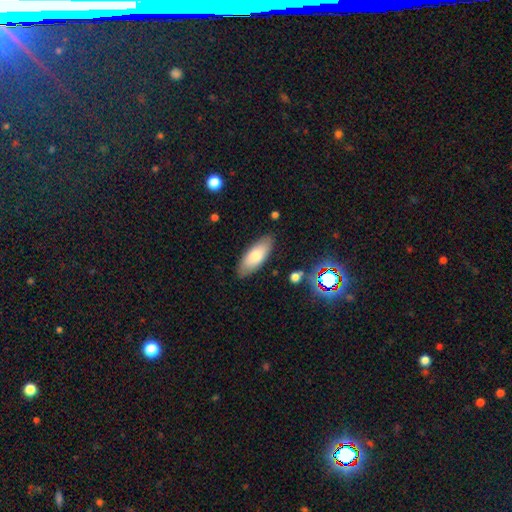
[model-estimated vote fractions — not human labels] A smooth galaxy with no disk features (77%) that is in between round and cigar-shaped (78%). Merging: none (85%).